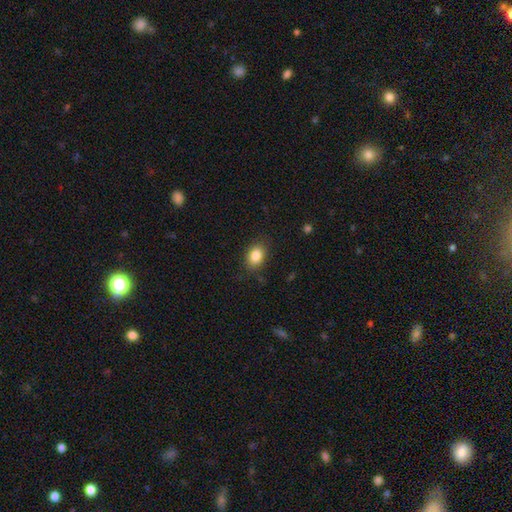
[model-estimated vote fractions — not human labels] Smooth or featured? smooth (84%)
How rounded? in between (74%)
Merging? none (84%)